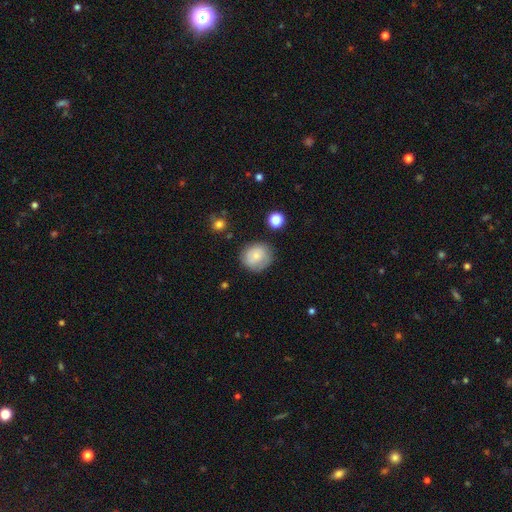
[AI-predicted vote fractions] Smooth or featured? smooth (71%)
How rounded? round (83%)
Merging? none (75%)